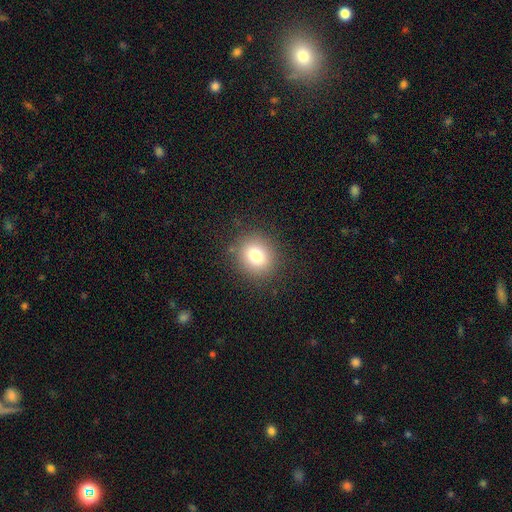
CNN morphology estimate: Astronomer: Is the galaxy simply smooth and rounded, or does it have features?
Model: smooth — 78%.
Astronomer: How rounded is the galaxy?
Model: round — 76%.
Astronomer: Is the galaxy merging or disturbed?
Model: none — 87%.